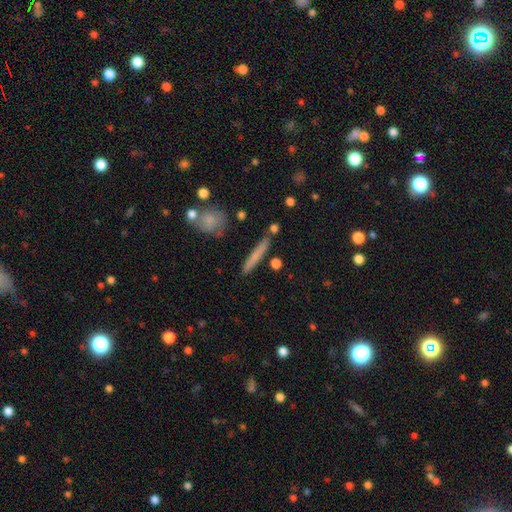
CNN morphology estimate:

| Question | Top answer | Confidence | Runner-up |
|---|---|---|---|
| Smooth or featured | smooth | 67% | featured or disk (26%) |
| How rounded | cigar-shaped | 94% | in between (4%) |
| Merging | none | 83% | minor disturbance (10%) |